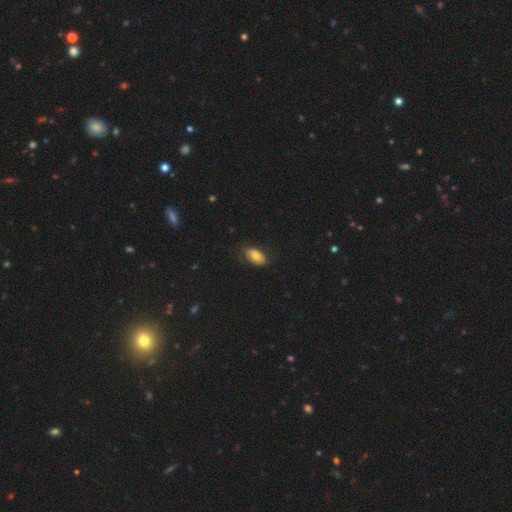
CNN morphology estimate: Q: Smooth or featured?
A: smooth (74%); runner-up: featured or disk (19%)
Q: How rounded?
A: in between (92%); runner-up: round (6%)
Q: Merging?
A: none (73%); runner-up: minor disturbance (21%)